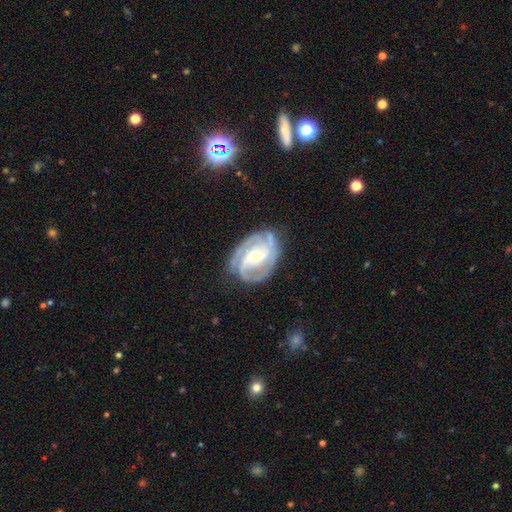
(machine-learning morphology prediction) smooth_or_featured: featured or disk (p=0.89) [alt: smooth p=0.06]
disk_edge_on: no (p=0.98) [alt: yes p=0.02]
bar: no (p=0.43) [alt: weak p=0.42]
has_spiral_arms: yes (p=0.97) [alt: no p=0.03]
spiral_winding: tight (p=0.53) [alt: medium p=0.39]
spiral_arm_count: 2 (p=0.47) [alt: 3 p=0.27]
bulge_size: small (p=0.53) [alt: moderate p=0.40]
merging: none (p=0.71) [alt: minor disturbance p=0.19]